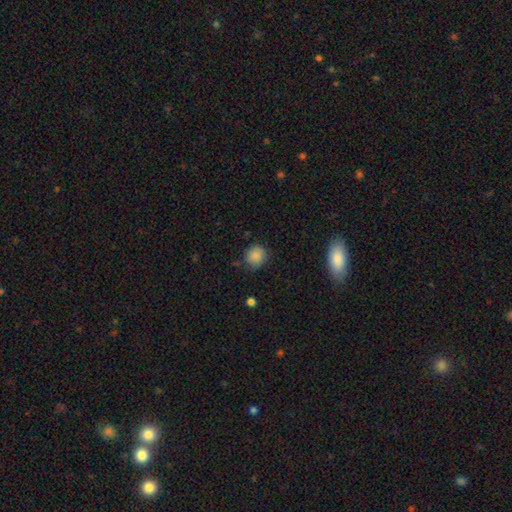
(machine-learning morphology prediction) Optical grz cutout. It shows a smooth galaxy with no disk features (85%) that is round (84%). Merging: none (70%).